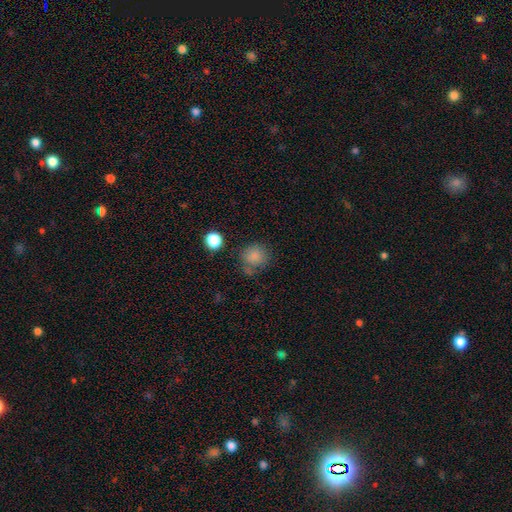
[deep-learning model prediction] Smooth or featured: smooth — 83% (star or artifact — 12%)
How rounded: round — 85% (in between — 14%)
Merging: none — 70% (minor disturbance — 15%)